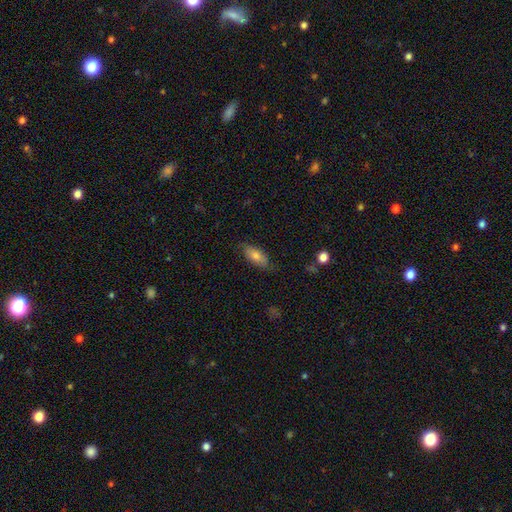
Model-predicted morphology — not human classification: The model was most divided on "smooth or featured": smooth: 74%, featured or disk: 19%, star or artifact: 7%. More confident: how rounded — in between (82%); merging — none (79%).